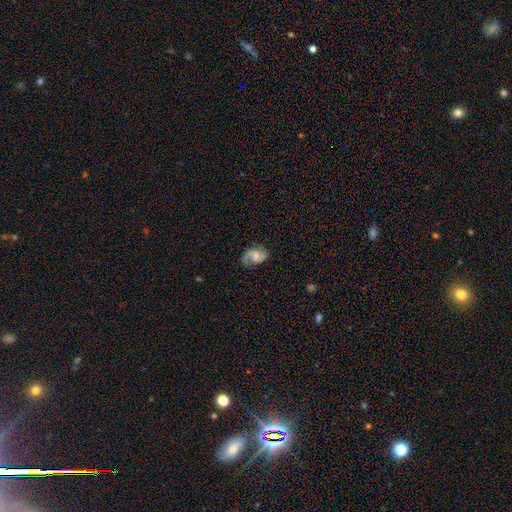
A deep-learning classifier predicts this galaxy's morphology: Overall: featured or disk (79%). Edge-on disk: no (98%). Bar: no (48%; weak 44%). Spiral arms: yes (96%). Spiral arm count: 2 (88%). Spiral winding: medium (51%; loose 30%). Bulge size: small (39%; moderate 38%). Merging: none (77%).